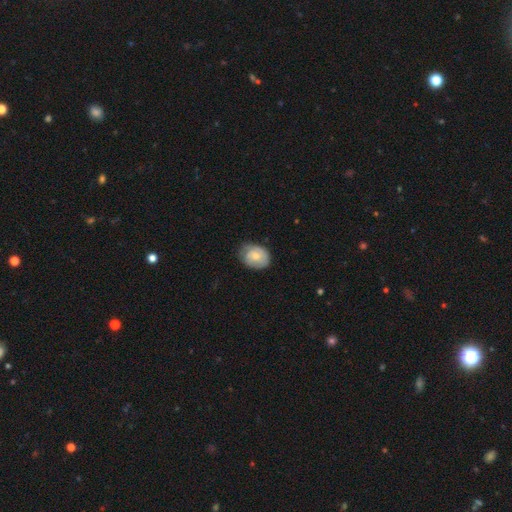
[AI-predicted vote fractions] A smooth galaxy with no disk features (61%) that is in between round and cigar-shaped (57%). Merging: none (63%).